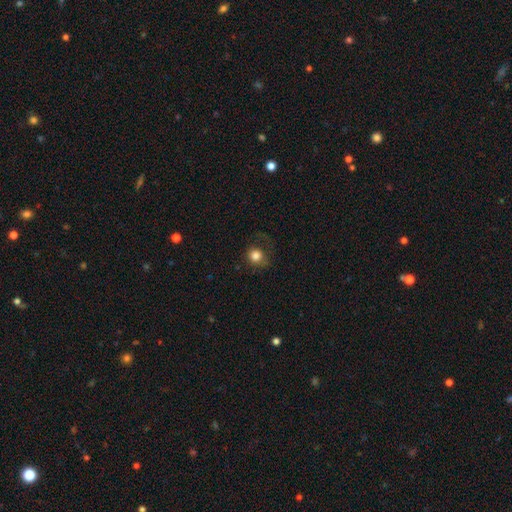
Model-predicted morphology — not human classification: Overall: smooth (81%). How rounded: round (86%). Merging: none (64%).